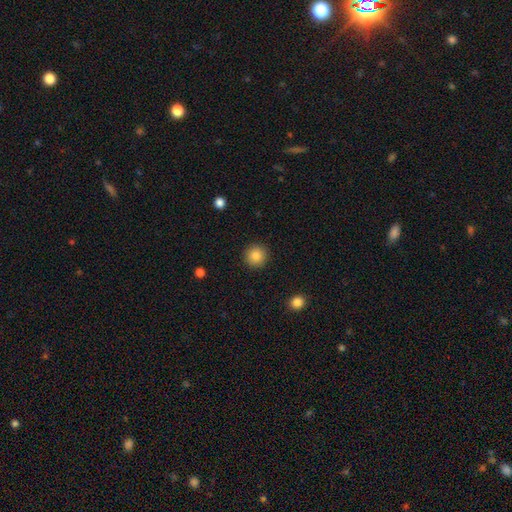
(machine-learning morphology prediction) Smooth or featured: smooth — 85% (star or artifact — 9%)
How rounded: round — 95% (in between — 4%)
Merging: none — 92% (minor disturbance — 5%)